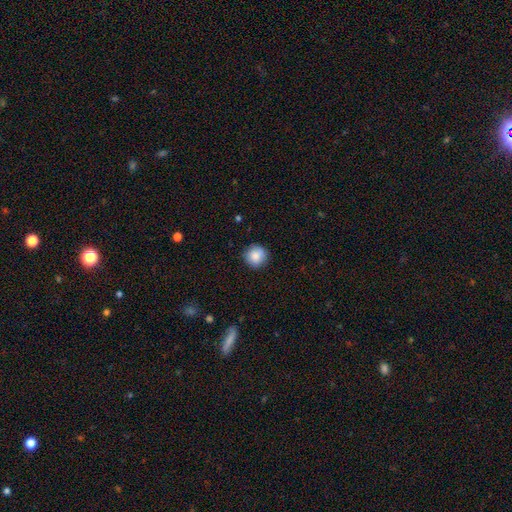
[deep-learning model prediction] smooth-or-featured: smooth: 84% | star or artifact: 8% | featured or disk: 7%
  how-rounded: round: 94% | in between: 5% | cigar-shaped: 1%
  merging: none: 87% | minor disturbance: 10% | major disturbance: 2% | merger: 1%